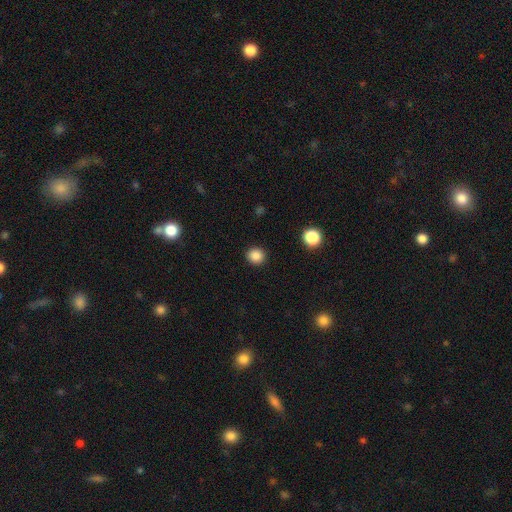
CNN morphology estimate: Smooth or featured: smooth — 86% (star or artifact — 11%)
How rounded: round — 88% (in between — 11%)
Merging: none — 92% (minor disturbance — 5%)